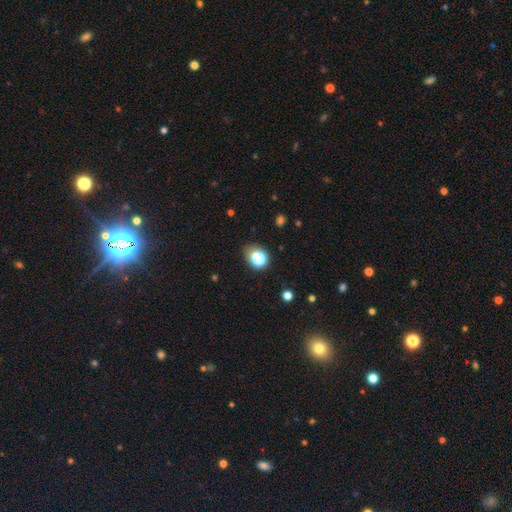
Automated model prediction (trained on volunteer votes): Morphology: type=smooth (78%); roundness=in between (52%); merging=none (66%).